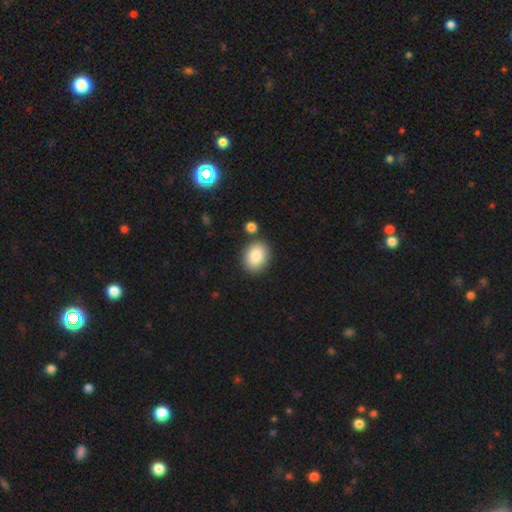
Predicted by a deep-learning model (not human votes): A smooth galaxy with no disk features (86%) that is in between round and cigar-shaped (62%). Merging: none (80%).